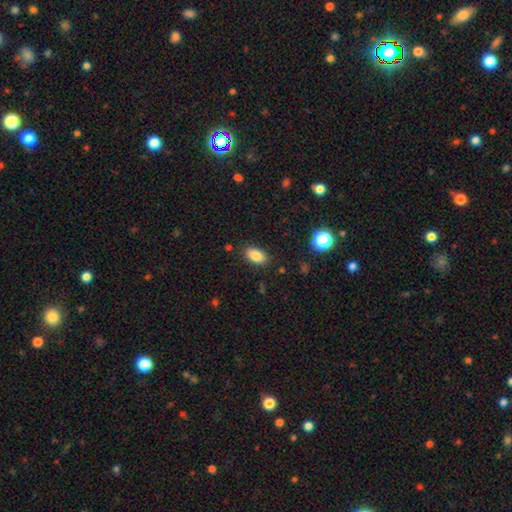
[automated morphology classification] Smooth or featured? smooth (85%)
How rounded? in between (91%)
Merging? none (87%)